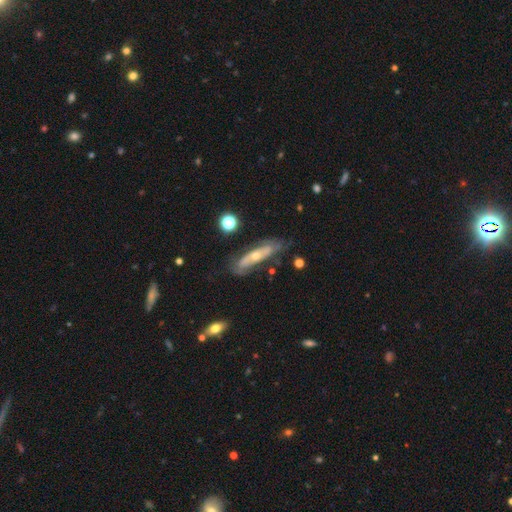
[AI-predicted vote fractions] Smooth or featured: featured or disk — 68% (smooth — 25%)
Edge-on disk: no — 63% (yes — 37%)
Merging: none — 63% (minor disturbance — 23%)